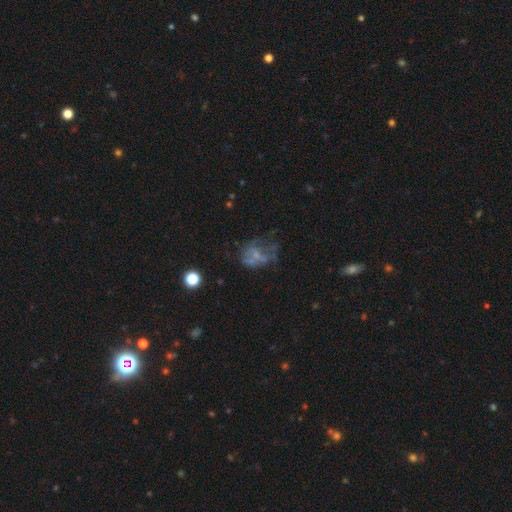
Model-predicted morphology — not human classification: This appears to be a featured or disk galaxy (51%) with no bar (81%), no spiral arms (84%) and no central bulge (52%). Merging: none (36%).